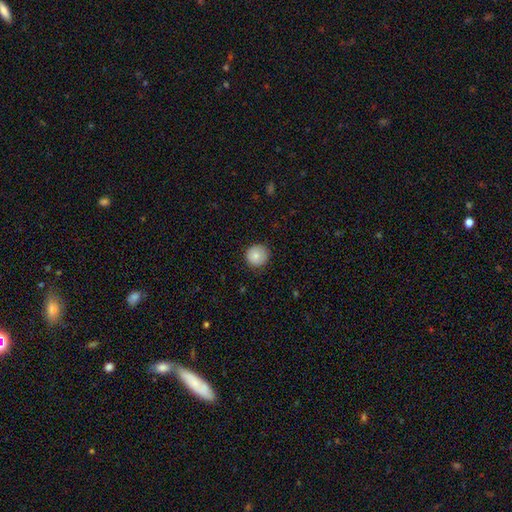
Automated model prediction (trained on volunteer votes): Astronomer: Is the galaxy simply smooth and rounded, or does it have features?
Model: smooth — 84%.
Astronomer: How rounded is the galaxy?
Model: round — 94%.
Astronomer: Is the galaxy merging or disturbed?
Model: none — 87%.